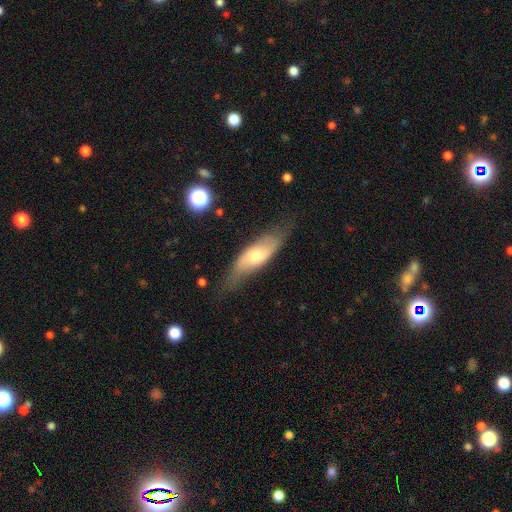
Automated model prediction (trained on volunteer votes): smooth_or_featured: smooth (p=0.49) [alt: featured or disk p=0.44]
merging: none (p=0.61) [alt: minor disturbance p=0.27]